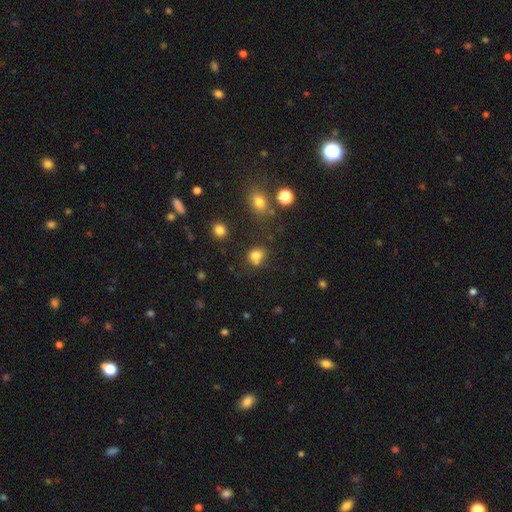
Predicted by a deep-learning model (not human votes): Smooth or featured: smooth — 77% (star or artifact — 15%)
How rounded: round — 67% (in between — 32%)
Merging: none — 57% (merger — 23%)